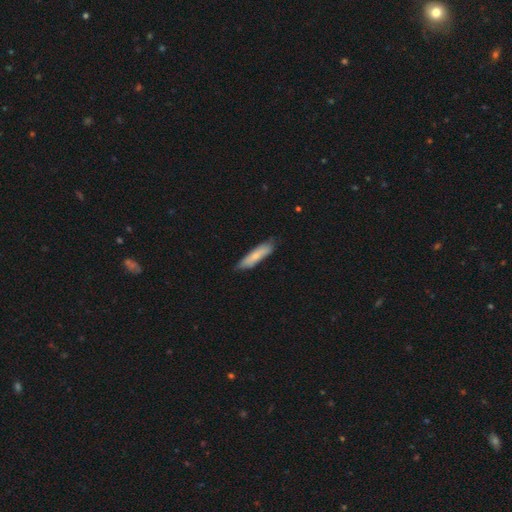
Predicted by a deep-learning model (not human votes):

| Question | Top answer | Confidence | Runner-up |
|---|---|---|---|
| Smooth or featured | smooth | 74% | featured or disk (20%) |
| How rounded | cigar-shaped | 77% | in between (22%) |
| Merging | none | 78% | minor disturbance (18%) |